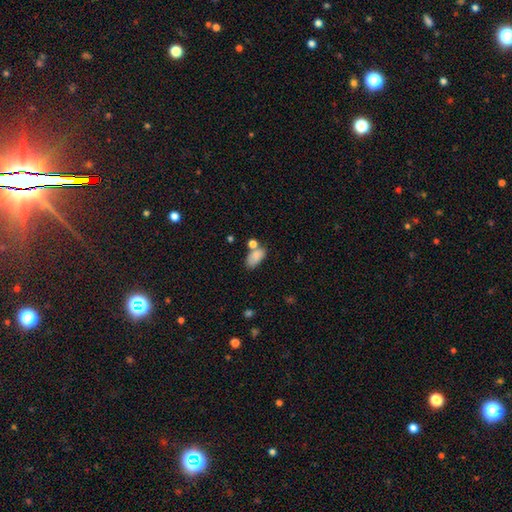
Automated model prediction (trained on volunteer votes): This appears to be a smooth galaxy with no disk features (82%) that is in between round and cigar-shaped (91%). Merging: none (52%).